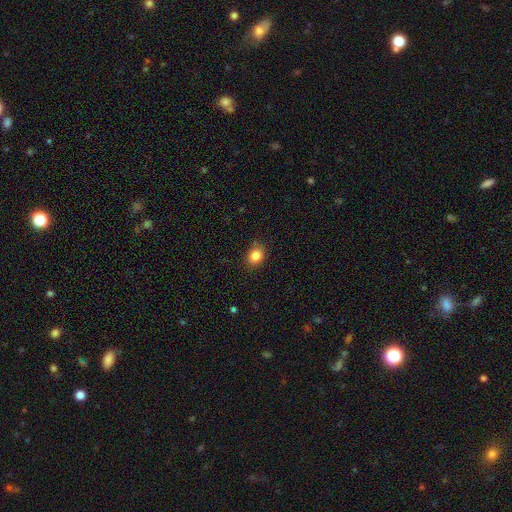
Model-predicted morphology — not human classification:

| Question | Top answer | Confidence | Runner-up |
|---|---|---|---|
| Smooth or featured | smooth | 84% | star or artifact (10%) |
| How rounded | round | 53% | in between (46%) |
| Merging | none | 83% | minor disturbance (13%) |